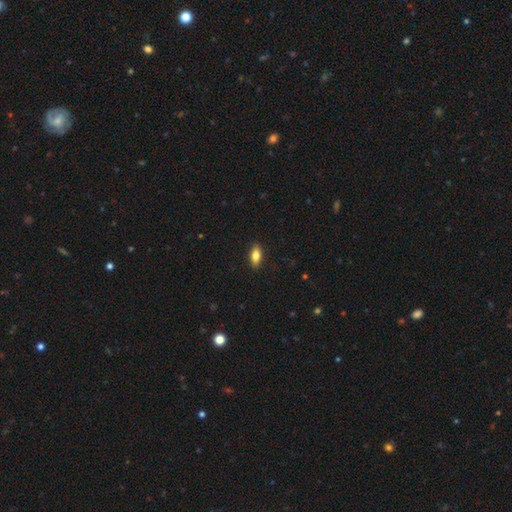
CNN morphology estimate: A smooth galaxy with no disk features (80%) that is in between round and cigar-shaped (82%). Merging: none (88%).